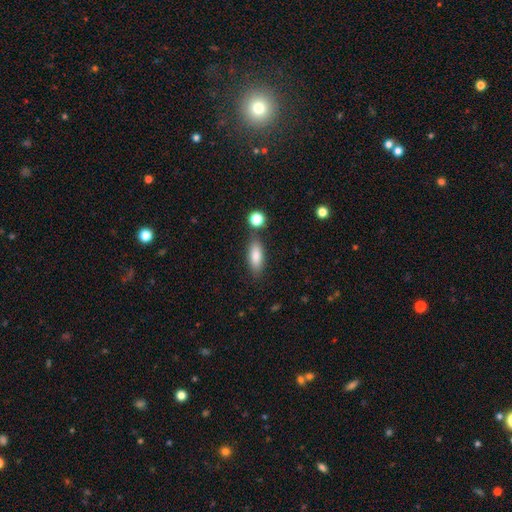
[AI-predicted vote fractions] Q: Smooth or featured?
A: smooth (82%); runner-up: featured or disk (11%)
Q: How rounded?
A: in between (72%); runner-up: cigar-shaped (25%)
Q: Merging?
A: none (75%); runner-up: minor disturbance (13%)